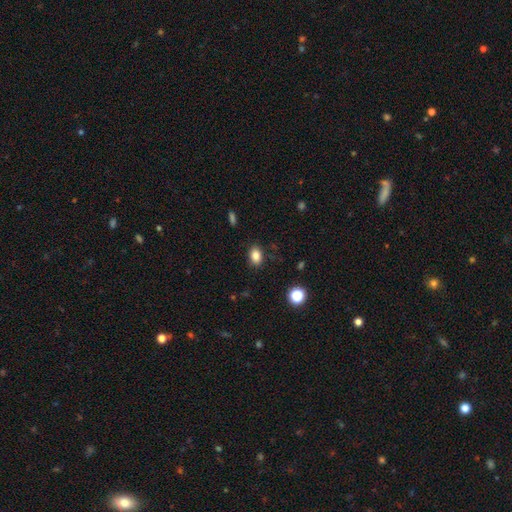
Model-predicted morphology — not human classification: Smooth or featured? smooth (84%)
How rounded? in between (76%)
Merging? none (85%)